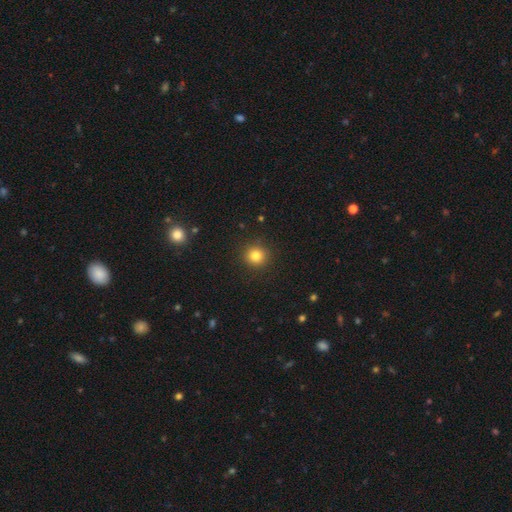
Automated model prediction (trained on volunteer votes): Q: Smooth or featured?
A: smooth (82%); runner-up: star or artifact (13%)
Q: How rounded?
A: round (92%); runner-up: in between (7%)
Q: Merging?
A: none (90%); runner-up: minor disturbance (7%)